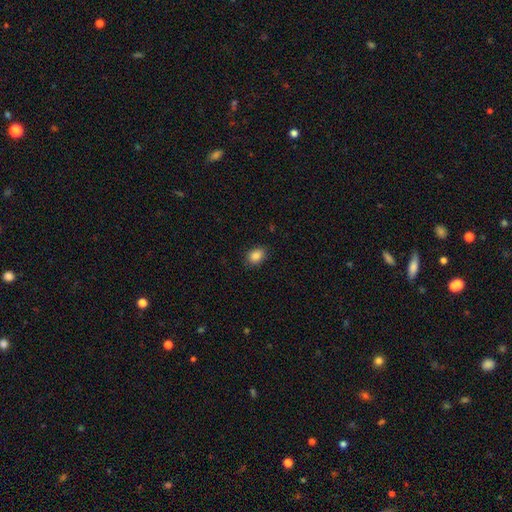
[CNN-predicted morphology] Smooth or featured? Predicted: smooth (p=0.87). How rounded? Predicted: in between (p=0.69). Merging? Predicted: none (p=0.86).